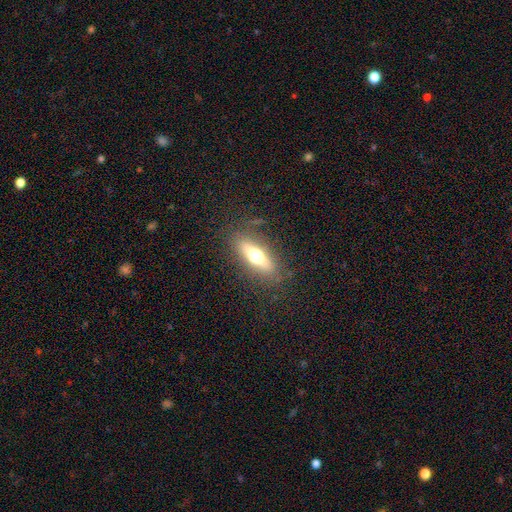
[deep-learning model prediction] This appears to be a featured or disk galaxy (46%). Merging: none (84%).